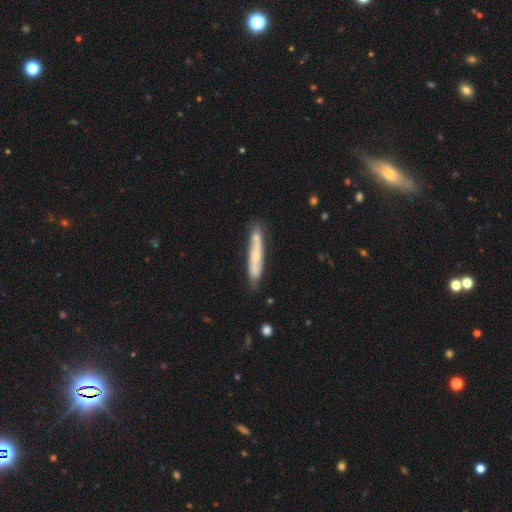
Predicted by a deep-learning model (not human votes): Overall: featured or disk (52%; smooth 42%). Edge-on disk: yes (68%; no 32%). Merging: none (71%).